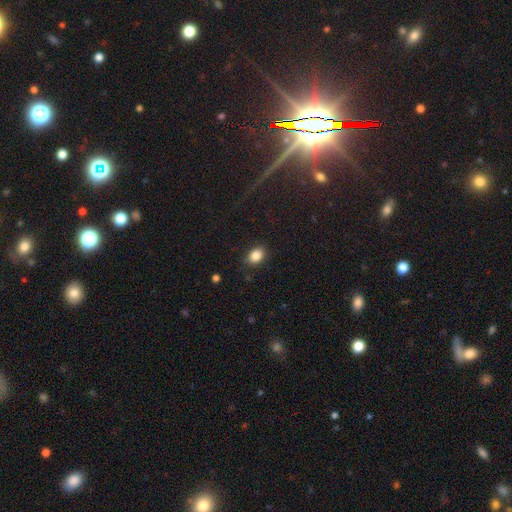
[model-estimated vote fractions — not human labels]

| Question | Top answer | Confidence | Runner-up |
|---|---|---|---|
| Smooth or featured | smooth | 85% | star or artifact (9%) |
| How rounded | in between | 72% | round (27%) |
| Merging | none | 85% | minor disturbance (11%) |